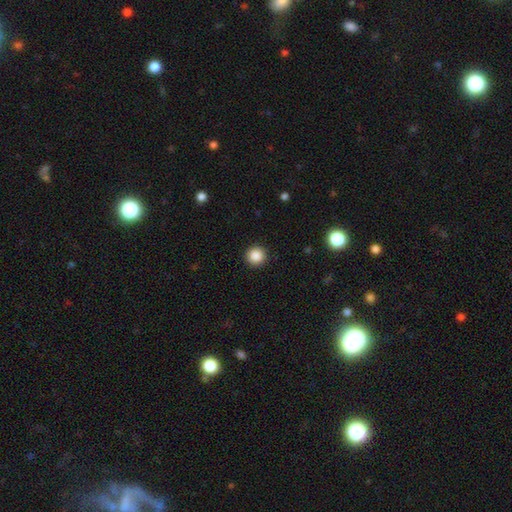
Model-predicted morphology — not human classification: Smooth or featured?
  - smooth: 87% *
  - star or artifact: 10%
  - featured or disk: 3%
How rounded?
  - round: 96% *
  - in between: 3%
  - cigar-shaped: 1%
Merging?
  - none: 93% *
  - minor disturbance: 5%
  - major disturbance: 2%
  - merger: 1%